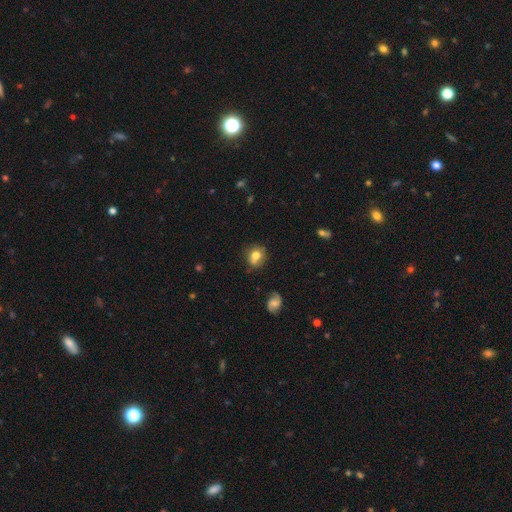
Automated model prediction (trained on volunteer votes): Smooth or featured? Predicted: smooth (p=0.72). How rounded? Predicted: round (p=0.77). Merging? Predicted: none (p=0.65).